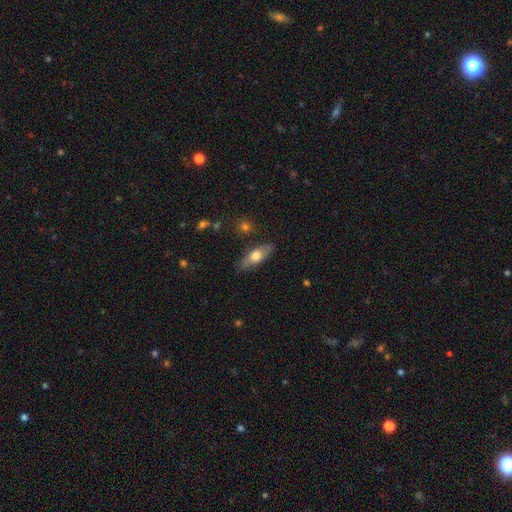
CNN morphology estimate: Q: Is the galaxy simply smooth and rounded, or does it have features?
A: smooth — 61%.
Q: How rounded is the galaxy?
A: in between — 66%.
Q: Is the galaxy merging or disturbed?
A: none — 81%.